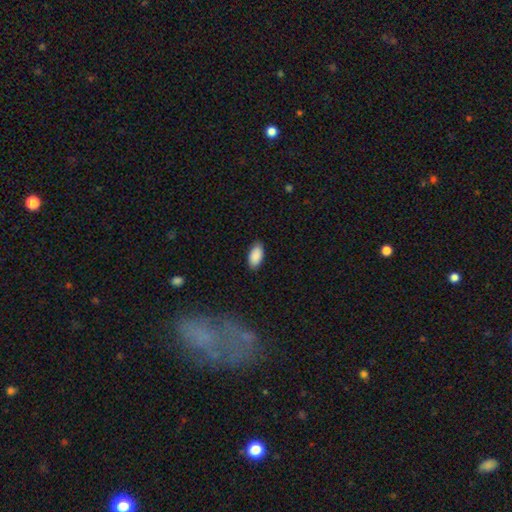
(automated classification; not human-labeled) Smooth or featured? Predicted: smooth (p=0.90). How rounded? Predicted: in between (p=0.95). Merging? Predicted: none (p=0.84).